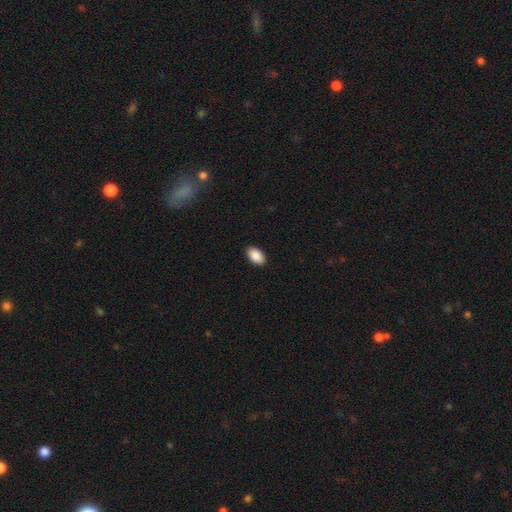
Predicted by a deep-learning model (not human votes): This appears to be a smooth galaxy with no disk features (89%) that is in between round and cigar-shaped (94%). Merging: none (91%).